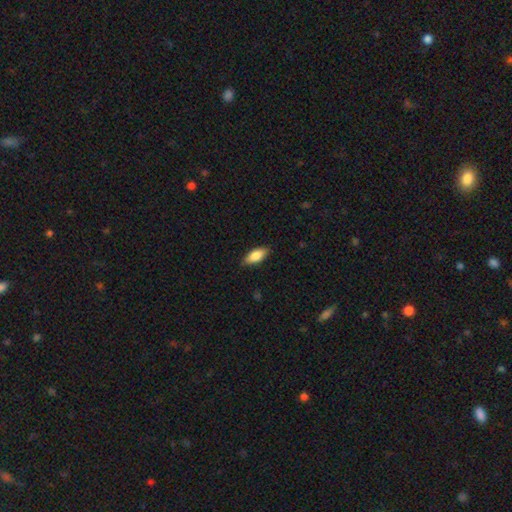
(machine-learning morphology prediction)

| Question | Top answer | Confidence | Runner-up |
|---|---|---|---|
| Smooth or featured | smooth | 82% | featured or disk (11%) |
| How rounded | in between | 82% | cigar-shaped (15%) |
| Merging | none | 86% | minor disturbance (11%) |